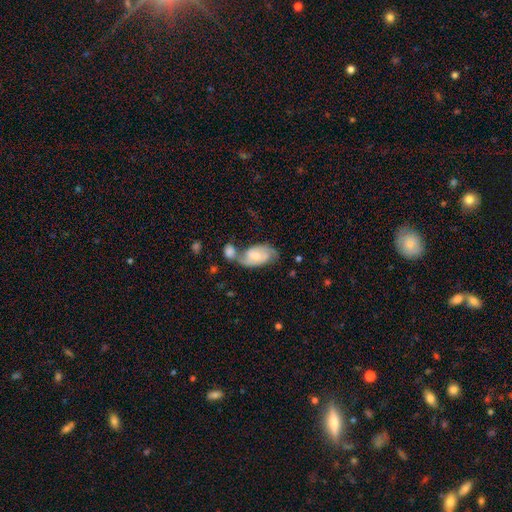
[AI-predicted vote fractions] featured or disk 64%, smooth 30%, star or artifact 6%. Down the decision tree: edge-on disk — no (96%); bar — no (49%); spiral arms — yes (90%); spiral arm count — 2 (83%); spiral winding — medium (47%); bulge size — small (43%); merging — merger (45%).